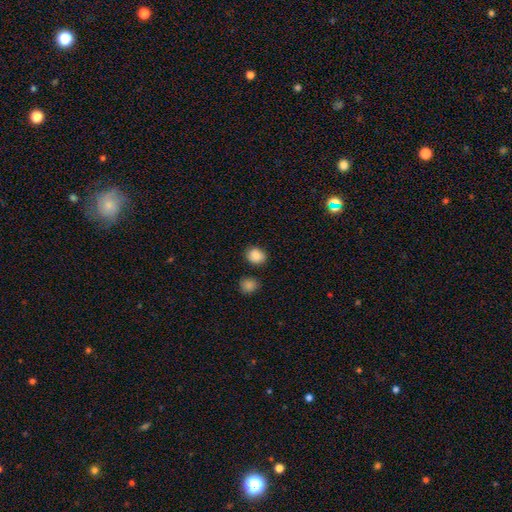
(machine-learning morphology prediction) Q: Smooth or featured?
A: smooth (87%); runner-up: star or artifact (9%)
Q: How rounded?
A: round (64%); runner-up: in between (36%)
Q: Merging?
A: none (80%); runner-up: minor disturbance (11%)